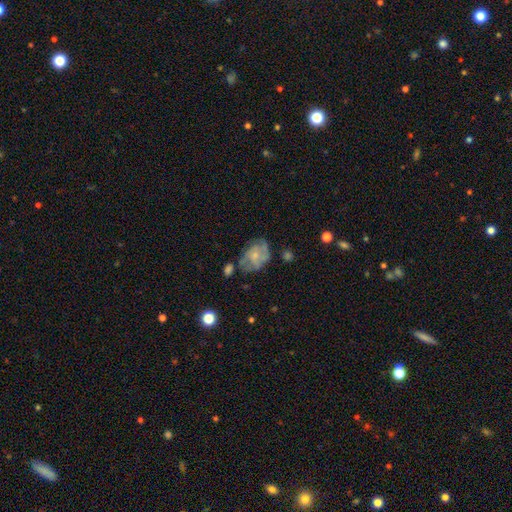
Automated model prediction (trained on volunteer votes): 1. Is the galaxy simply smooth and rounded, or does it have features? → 59% featured or disk, 33% smooth, 8% star or artifact.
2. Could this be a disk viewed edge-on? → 97% no, 3% yes.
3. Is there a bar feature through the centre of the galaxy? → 75% no, 22% weak, 3% strong.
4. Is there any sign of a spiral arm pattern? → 68% yes, 32% no.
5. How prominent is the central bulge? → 56% small, 30% moderate, 11% none, 2% large, 1% dominant.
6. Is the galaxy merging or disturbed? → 50% none, 28% minor disturbance, 16% major disturbance, 6% merger.